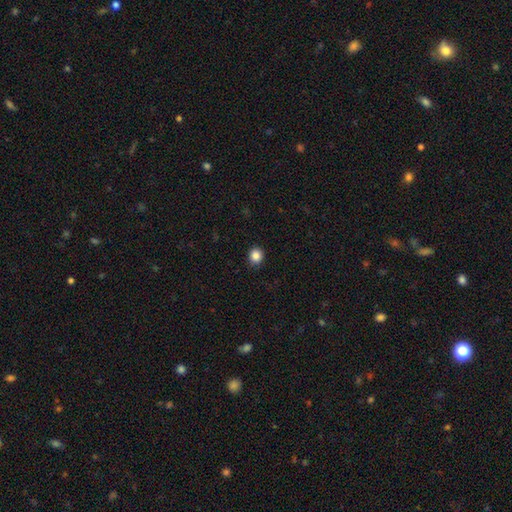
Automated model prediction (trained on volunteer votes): This is clearly a smooth galaxy (86%). How rounded: clearly round (83%). Merging: clearly none (91%).